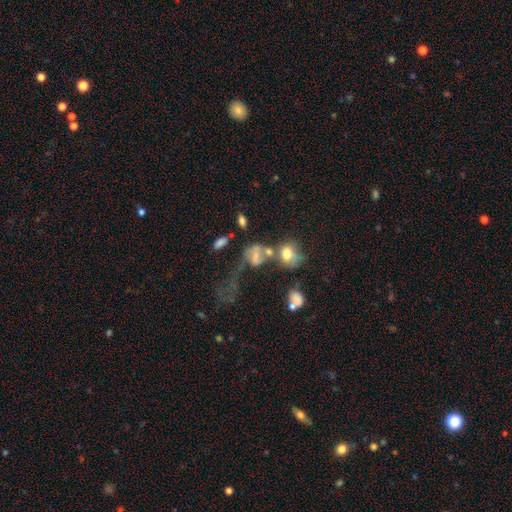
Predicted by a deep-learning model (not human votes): Smooth or featured?
  - smooth: 50% *
  - featured or disk: 33%
  - star or artifact: 17%
Merging?
  - merger: 40% *
  - major disturbance: 30%
  - none: 18%
  - minor disturbance: 11%